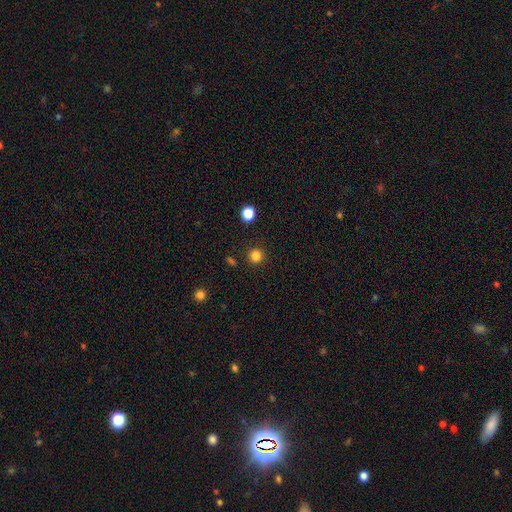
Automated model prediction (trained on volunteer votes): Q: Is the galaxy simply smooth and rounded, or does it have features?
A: smooth — 83%.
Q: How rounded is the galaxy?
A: round — 95%.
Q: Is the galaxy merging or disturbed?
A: none — 91%.